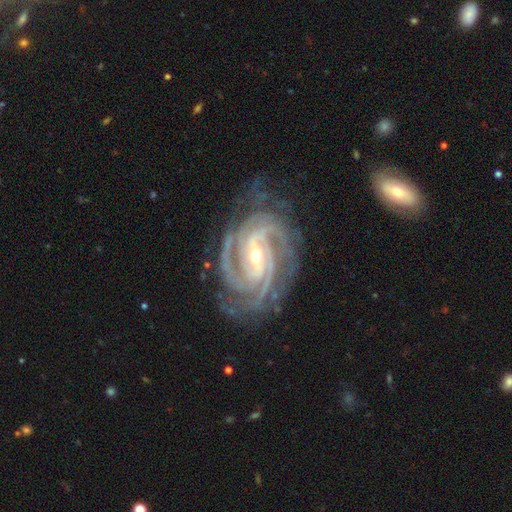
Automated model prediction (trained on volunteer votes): Q: Smooth or featured?
A: featured or disk (94%); runner-up: star or artifact (4%)
Q: Edge-on disk?
A: no (98%); runner-up: yes (2%)
Q: Bar?
A: strong (43%); runner-up: weak (39%)
Q: Spiral arms?
A: yes (99%); runner-up: no (1%)
Q: Spiral winding?
A: tight (71%); runner-up: medium (26%)
Q: Spiral arm count?
A: 3 (32%); runner-up: 4 (29%)
Q: Bulge size?
A: small (56%); runner-up: moderate (41%)
Q: Merging?
A: none (75%); runner-up: minor disturbance (17%)